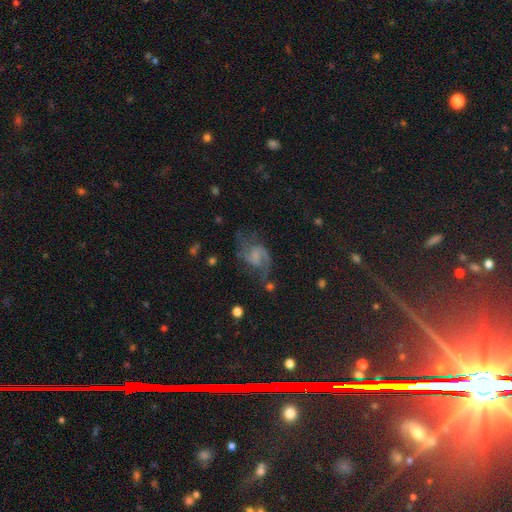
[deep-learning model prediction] Smooth or featured?
  - featured or disk: 76% *
  - smooth: 12%
  - star or artifact: 11%
Edge-on disk?
  - no: 98% *
  - yes: 2%
Bar?
  - weak: 45% * (tied)
  - no: 45% * (tied)
  - strong: 9%
Spiral arms?
  - yes: 93% *
  - no: 7%
Spiral winding?
  - medium: 51% *
  - loose: 36%
  - tight: 14%
Spiral arm count?
  - 2: 82% *
  - can't tell: 6%
  - 1: 5%
  - 3: 4%
  - 4: 2%
  - more than 4: 2%
Bulge size?
  - small: 42% *
  - none: 31%
  - moderate: 21%
  - large: 5%
  - dominant: 2%
Merging?
  - none: 53% *
  - major disturbance: 22%
  - minor disturbance: 21%
  - merger: 4%